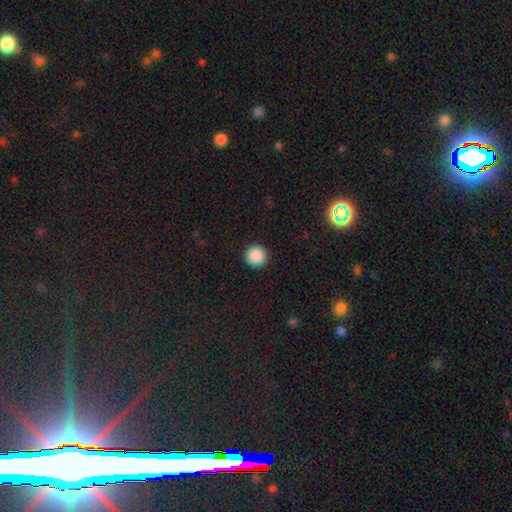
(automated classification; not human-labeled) Overall: smooth (89%). How rounded: round (96%). Merging: none (93%).